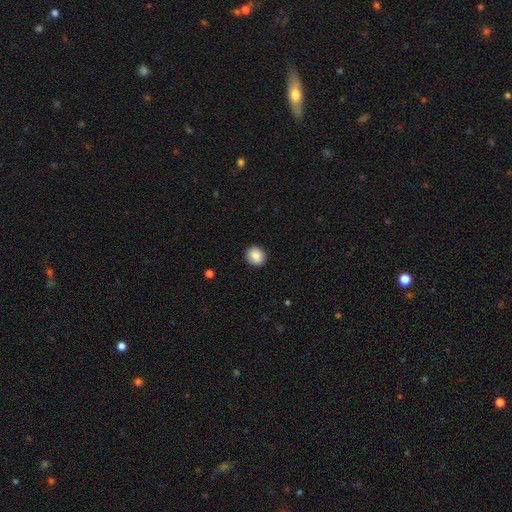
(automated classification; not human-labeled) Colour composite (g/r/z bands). It shows a smooth galaxy with no disk features (86%) that is round (80%). Merging: none (90%).